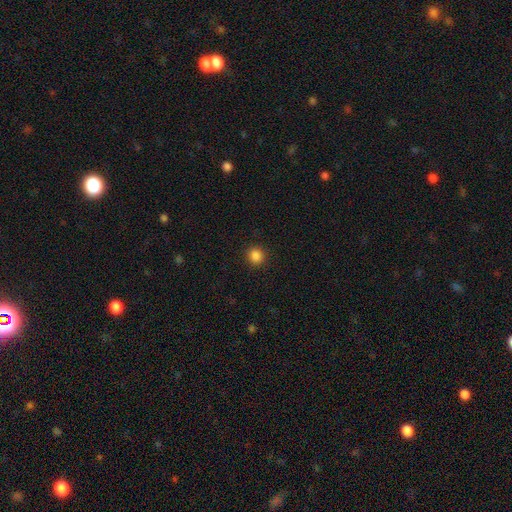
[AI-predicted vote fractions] This appears to be a smooth galaxy with no disk features (86%) that is round (89%). Merging: none (92%).